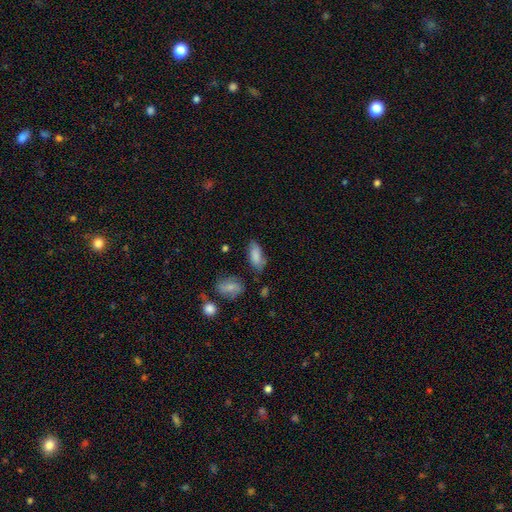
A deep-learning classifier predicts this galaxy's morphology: smooth-or-featured: smooth: 80% | featured or disk: 12% | star or artifact: 8%
  how-rounded: in between: 88% | cigar-shaped: 9% | round: 3%
  merging: none: 58% | minor disturbance: 28% | major disturbance: 8% | merger: 6%